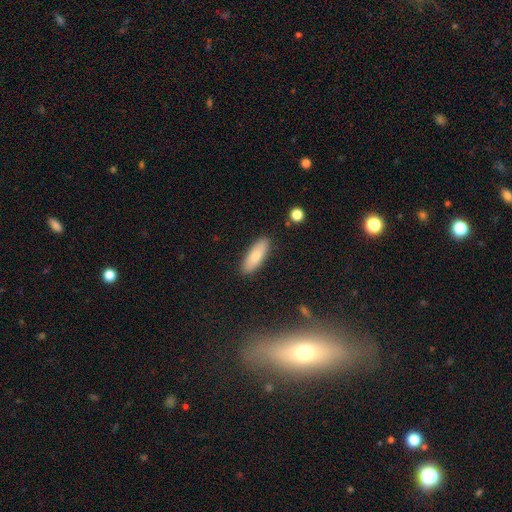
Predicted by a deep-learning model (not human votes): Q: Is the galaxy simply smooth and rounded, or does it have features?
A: smooth — 74%.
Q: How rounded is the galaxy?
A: in between — 60%.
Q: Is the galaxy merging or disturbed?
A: none — 88%.